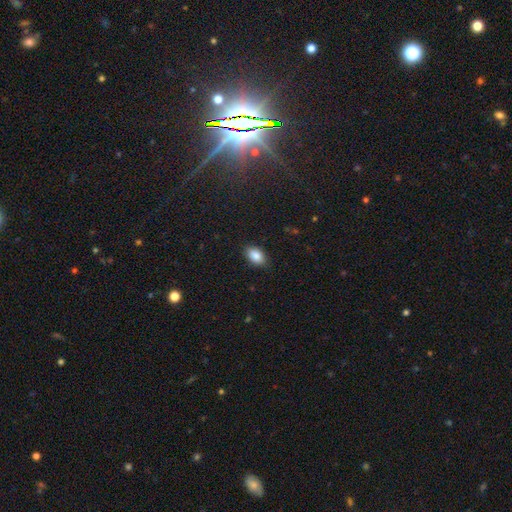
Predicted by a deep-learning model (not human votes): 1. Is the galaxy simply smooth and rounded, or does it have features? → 87% smooth, 8% star or artifact, 5% featured or disk.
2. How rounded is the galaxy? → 90% in between, 9% round, 1% cigar-shaped.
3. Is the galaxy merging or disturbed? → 86% none, 10% minor disturbance, 2% major disturbance, 1% merger.